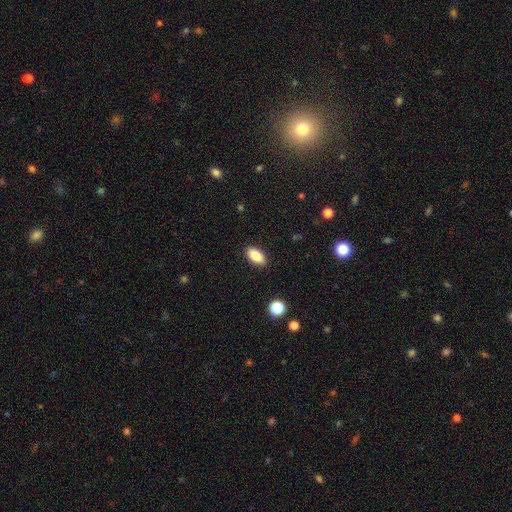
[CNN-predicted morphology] smooth 85%, star or artifact 8%, featured or disk 7%. Down the decision tree: how rounded — in between (92%); merging — none (89%).